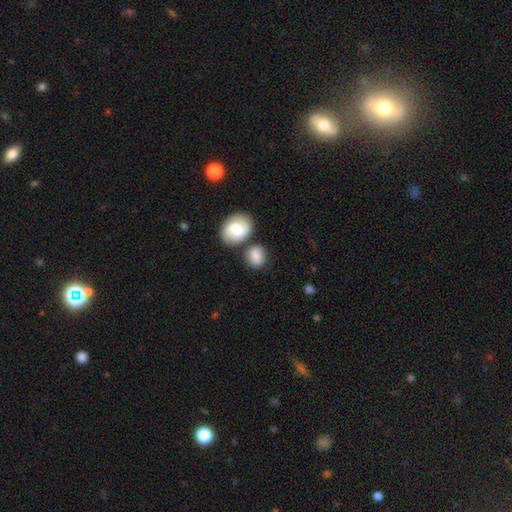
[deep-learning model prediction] The model was most divided on "how rounded": round: 59%, in between: 40%, cigar-shaped: 1%. More confident: smooth or featured — smooth (79%); merging — none (63%).